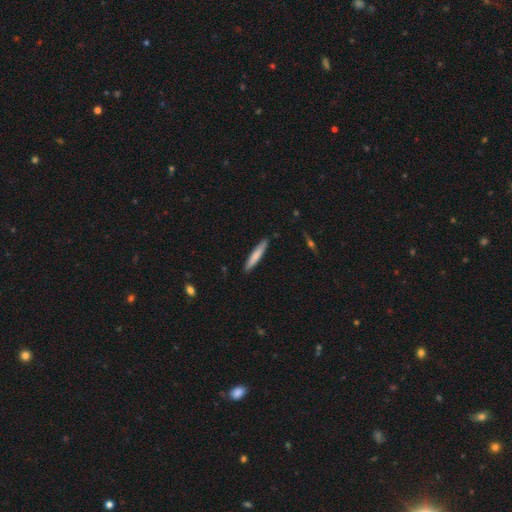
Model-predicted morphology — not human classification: Smooth or featured?
  - smooth: 75% *
  - featured or disk: 20%
  - star or artifact: 5%
How rounded?
  - cigar-shaped: 93% *
  - in between: 6%
  - round: 1%
Merging?
  - none: 89% *
  - minor disturbance: 8%
  - major disturbance: 1%
  - merger: 1%